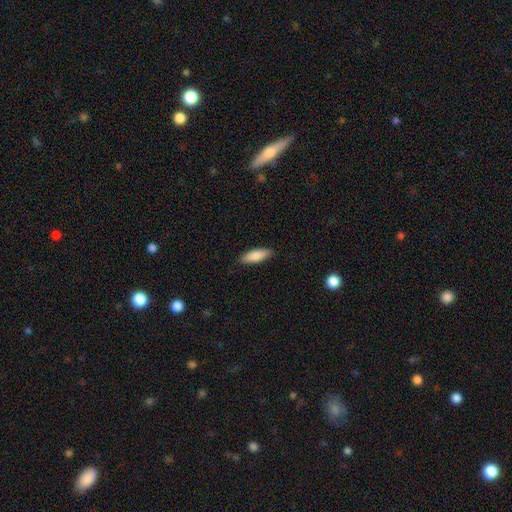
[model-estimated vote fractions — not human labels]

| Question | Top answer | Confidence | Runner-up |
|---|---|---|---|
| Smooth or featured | smooth | 83% | featured or disk (11%) |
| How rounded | in between | 56% | cigar-shaped (42%) |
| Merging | none | 88% | minor disturbance (9%) |